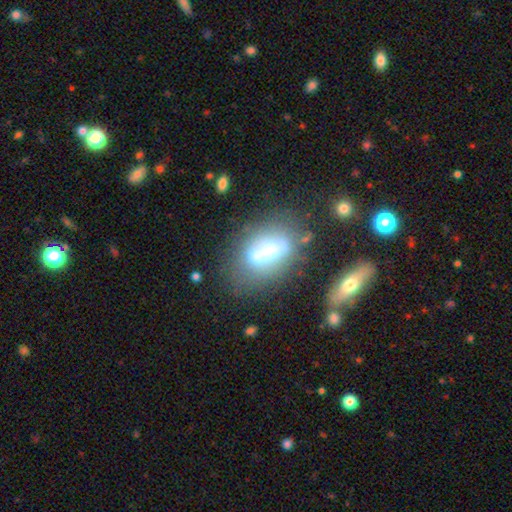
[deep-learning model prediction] A smooth galaxy with no disk features (47%). Merging: none (42%).